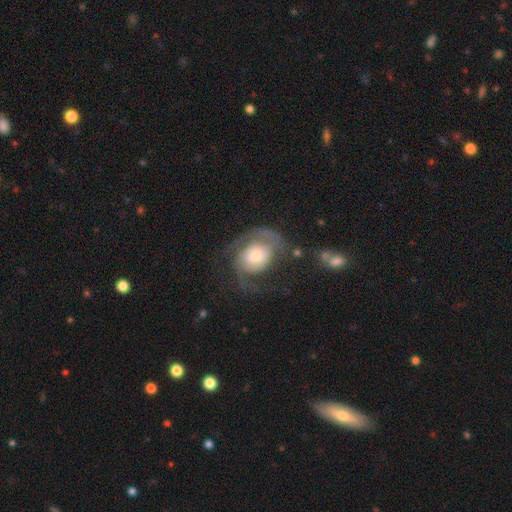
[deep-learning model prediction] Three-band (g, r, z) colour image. It shows a featured or disk galaxy (73%) with no bar (74%), 2 (60%) medium (42%) spiral arms (87%) and a moderate central bulge (40%). Merging: none (47%).